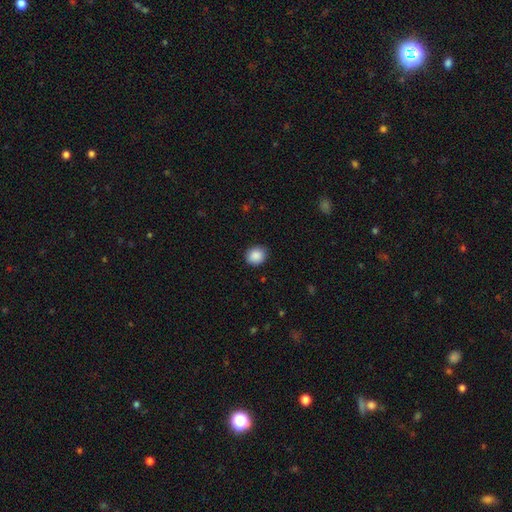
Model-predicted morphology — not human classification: The model was most divided on "how rounded": round: 73%, in between: 26%, cigar-shaped: 1%. More confident: smooth or featured — smooth (89%); merging — none (88%).